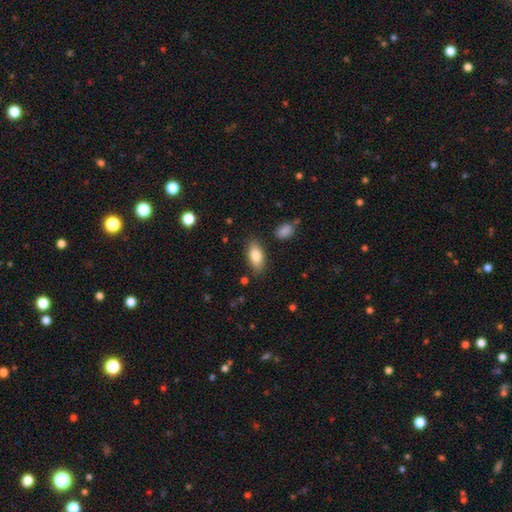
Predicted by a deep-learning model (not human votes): Smooth or featured? smooth (82%)
How rounded? in between (88%)
Merging? none (83%)